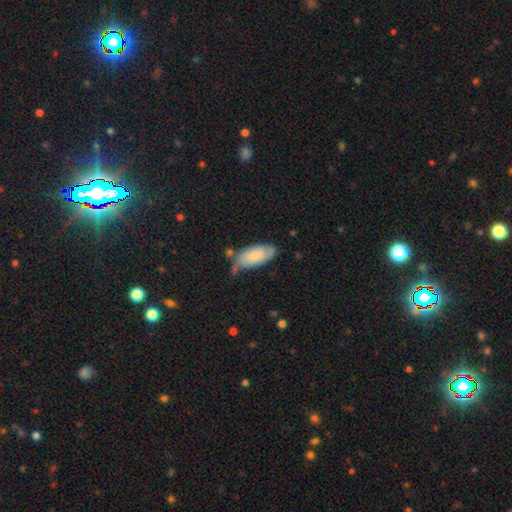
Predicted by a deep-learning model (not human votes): smooth-or-featured: smooth: 64% | featured or disk: 30% | star or artifact: 6%
  how-rounded: in between: 91% | cigar-shaped: 7% | round: 2%
  merging: none: 49% | minor disturbance: 33% | major disturbance: 10% | merger: 8%